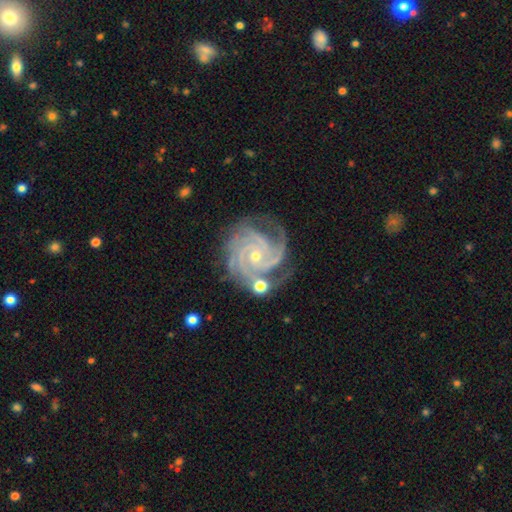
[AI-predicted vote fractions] This is clearly a featured or disk galaxy (93%). It is clearly not viewed edge-on (98%). Bar: likely no (69%). Spiral arm pattern: clearly yes (99%). Spiral arm count: marginally 4 (42%). Spiral winding: likely tight (76%). Central bulge: likely small (66%). Merging: likely none (69%).